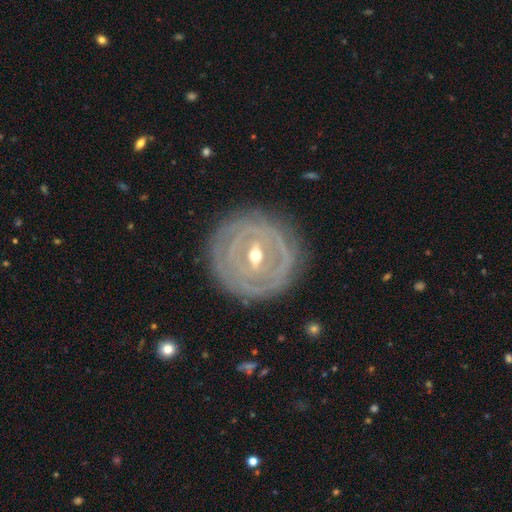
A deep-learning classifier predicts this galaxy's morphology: The model was most divided on "bar": strong: 44%, weak: 41%, no: 16%. Remaining: edge-on disk — no (92%); spiral winding — tight (86%); smooth or featured — featured or disk (84%); merging — none (81%); spiral arms — yes (75%); bulge size — moderate (58%); spiral arm count — can't tell (47%).